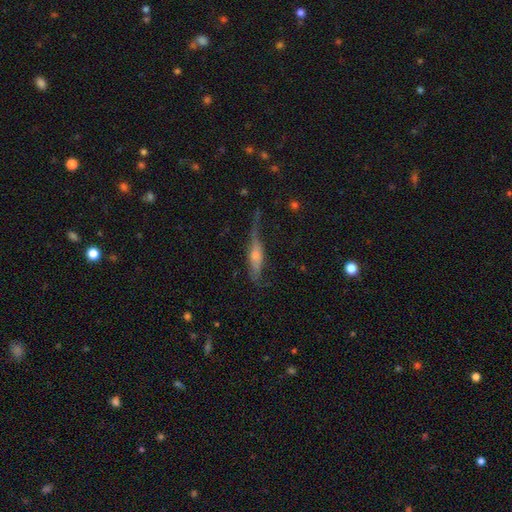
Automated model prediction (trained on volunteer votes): A featured or disk galaxy (53%) viewed edge-on (77%).

Vote fractions:
- Smooth or featured? featured or disk: 53% / smooth: 38% / star or artifact: 9%
- Edge-on disk? yes: 77% / no: 23%
- Merging? none: 42% / minor disturbance: 28% / major disturbance: 26% / merger: 4%